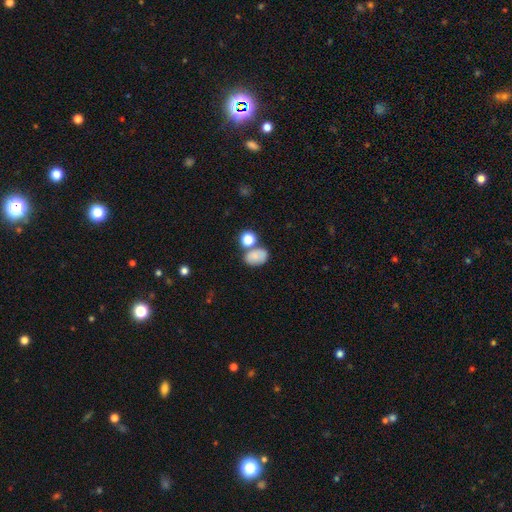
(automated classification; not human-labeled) Smooth or featured: smooth — 77% (star or artifact — 11%)
How rounded: in between — 75% (round — 24%)
Merging: none — 52% (merger — 25%)